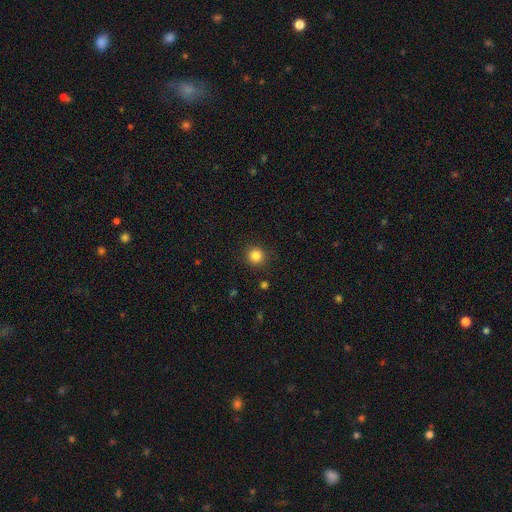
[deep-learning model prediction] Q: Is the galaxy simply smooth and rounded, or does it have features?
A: smooth — 85%.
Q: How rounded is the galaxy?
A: round — 93%.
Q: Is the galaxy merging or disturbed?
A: none — 90%.